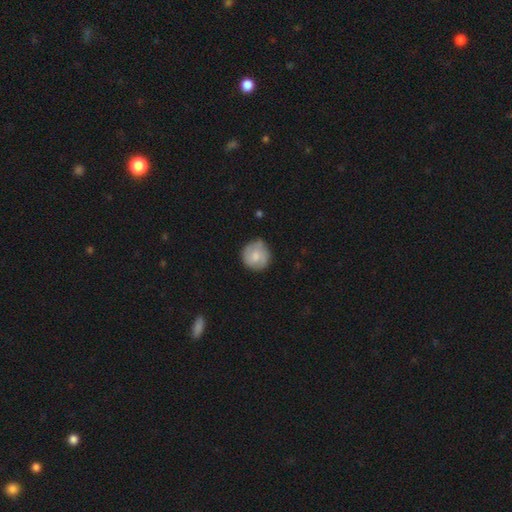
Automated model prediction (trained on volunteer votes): Smooth or featured? Predicted: smooth (p=0.66). How rounded? Predicted: round (p=0.91). Merging? Predicted: none (p=0.74).